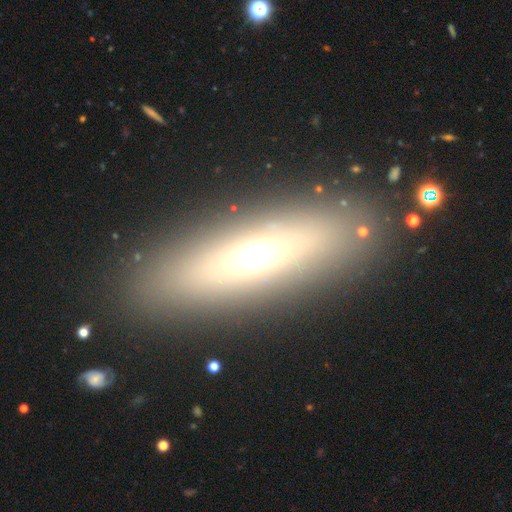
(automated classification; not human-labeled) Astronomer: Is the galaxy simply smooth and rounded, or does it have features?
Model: smooth — 54% (runner-up: featured or disk, 33%).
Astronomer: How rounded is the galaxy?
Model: in between — 48%, tied with cigar-shaped at 48%.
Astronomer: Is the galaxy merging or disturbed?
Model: none — 85%.